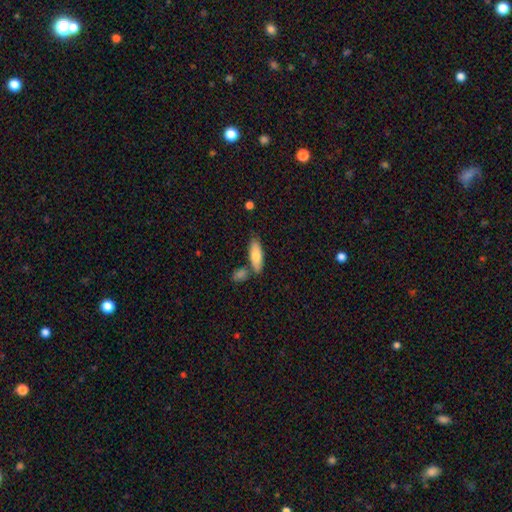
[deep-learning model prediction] Smooth or featured?
  - smooth: 76% *
  - featured or disk: 18%
  - star or artifact: 6%
How rounded?
  - in between: 62% *
  - cigar-shaped: 36%
  - round: 2%
Merging?
  - none: 73% *
  - minor disturbance: 13%
  - merger: 11%
  - major disturbance: 3%